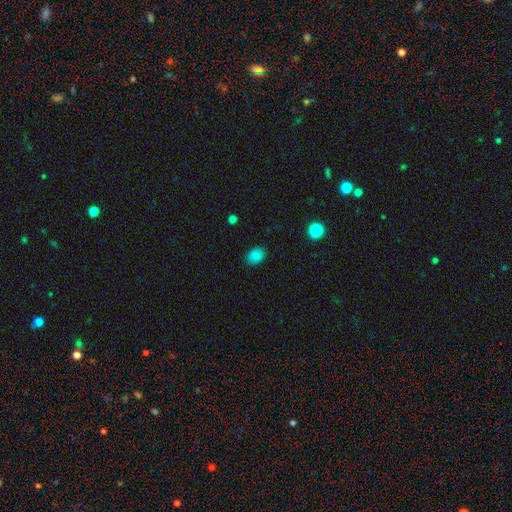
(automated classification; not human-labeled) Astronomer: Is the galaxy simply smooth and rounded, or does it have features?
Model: smooth — 84%.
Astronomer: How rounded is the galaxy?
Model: in between — 72%.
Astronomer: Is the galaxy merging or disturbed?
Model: none — 86%.